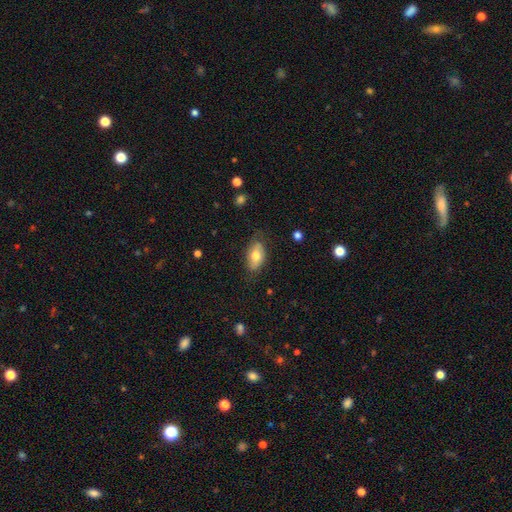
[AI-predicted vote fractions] Q: Smooth or featured?
A: smooth (67%); runner-up: featured or disk (26%)
Q: How rounded?
A: in between (91%); runner-up: round (6%)
Q: Merging?
A: none (70%); runner-up: minor disturbance (22%)